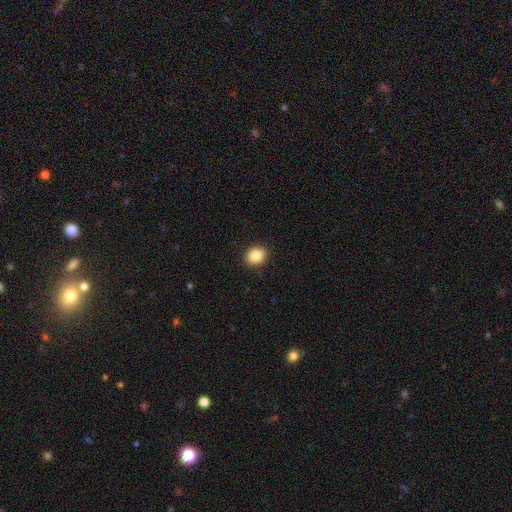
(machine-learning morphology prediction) Smooth or featured? Predicted: smooth (p=0.86). How rounded? Predicted: round (p=0.64). Merging? Predicted: none (p=0.91).